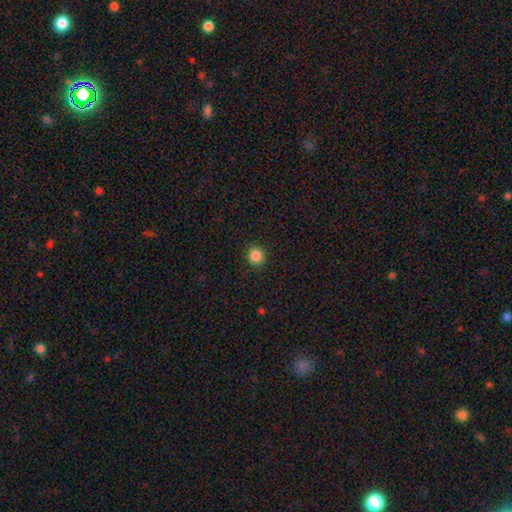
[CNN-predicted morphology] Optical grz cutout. It shows a smooth galaxy with no disk features (86%) that is round (89%). Merging: none (91%).